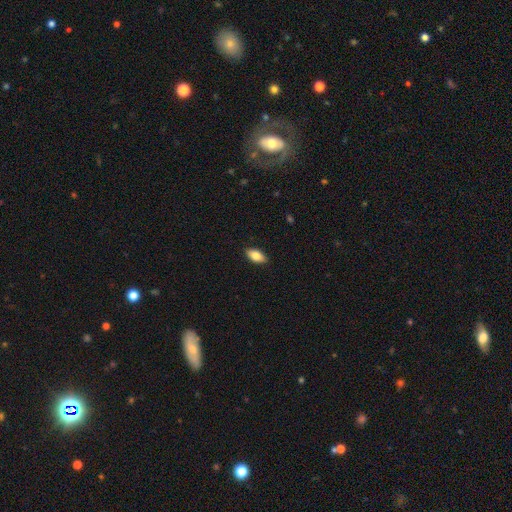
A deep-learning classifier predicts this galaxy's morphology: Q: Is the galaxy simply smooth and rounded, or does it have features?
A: smooth — 81%.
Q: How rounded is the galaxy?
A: in between — 91%.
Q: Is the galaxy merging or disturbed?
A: none — 89%.